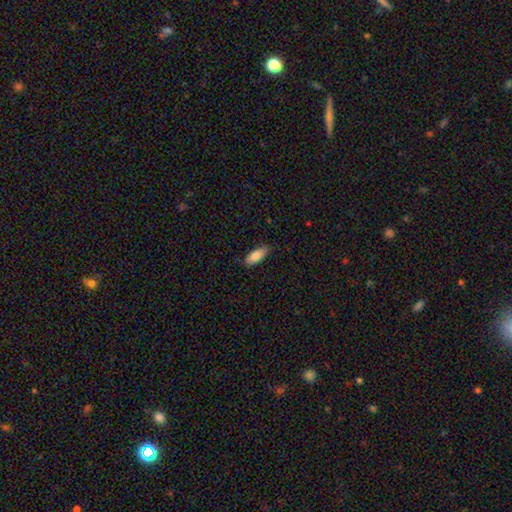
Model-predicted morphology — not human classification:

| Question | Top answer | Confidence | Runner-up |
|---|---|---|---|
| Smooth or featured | smooth | 83% | featured or disk (11%) |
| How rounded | in between | 69% | cigar-shaped (29%) |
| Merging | none | 83% | minor disturbance (13%) |